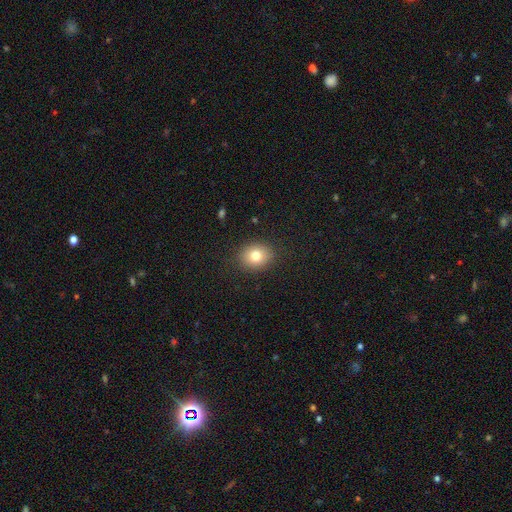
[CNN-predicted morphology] Q: Smooth or featured?
A: smooth (79%); runner-up: star or artifact (11%)
Q: How rounded?
A: round (58%); runner-up: in between (41%)
Q: Merging?
A: none (88%); runner-up: minor disturbance (8%)